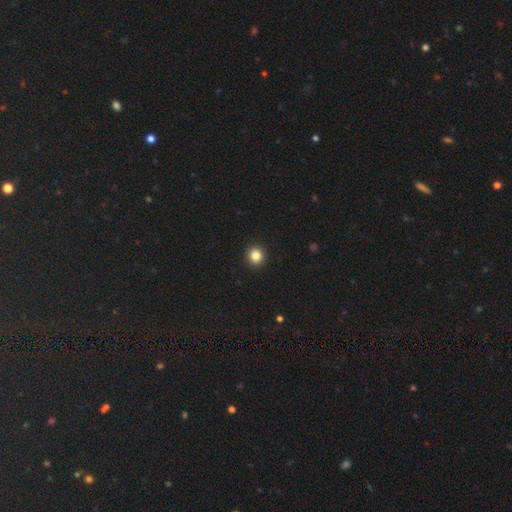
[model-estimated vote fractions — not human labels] Overall: smooth (84%). How rounded: round (92%). Merging: none (93%).